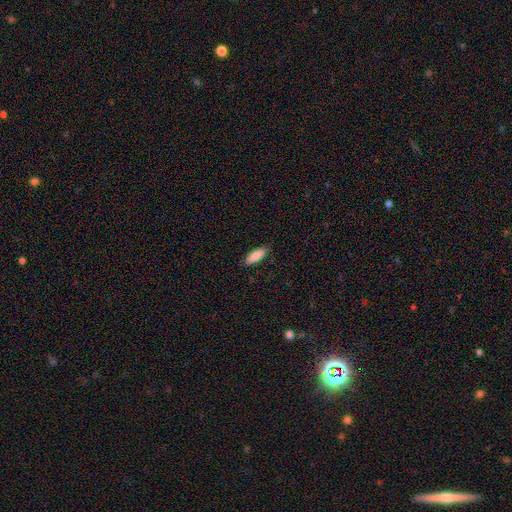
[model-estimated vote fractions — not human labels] Smooth or featured?
  - smooth: 87% *
  - featured or disk: 8%
  - star or artifact: 6%
How rounded?
  - in between: 68% *
  - cigar-shaped: 31%
  - round: 2%
Merging?
  - none: 85% *
  - minor disturbance: 12%
  - major disturbance: 2%
  - merger: 1%